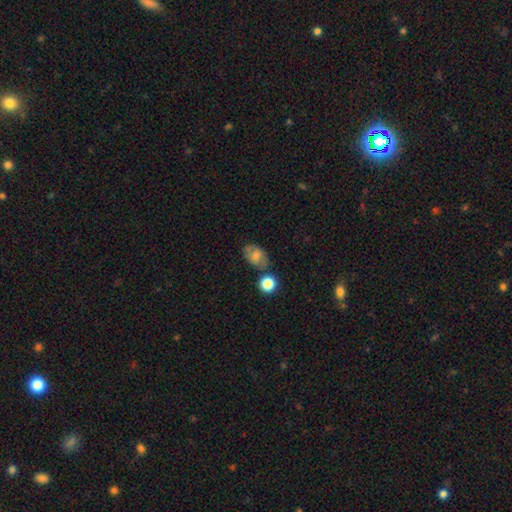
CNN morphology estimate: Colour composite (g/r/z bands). It shows a smooth galaxy with no disk features (64%) that is in between round and cigar-shaped (79%). Merging: none (67%).